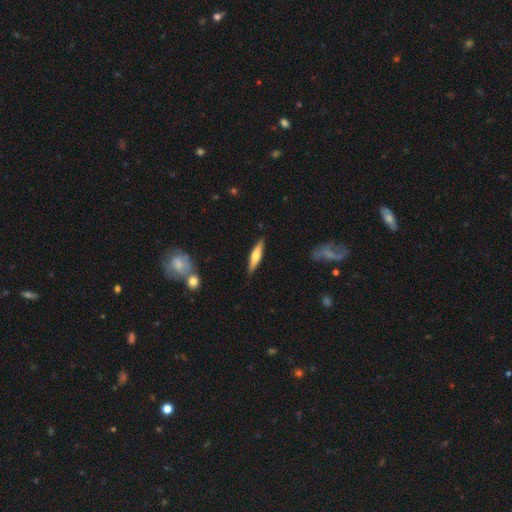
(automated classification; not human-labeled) This appears to be a smooth galaxy with no disk features (49%). Merging: none (88%).